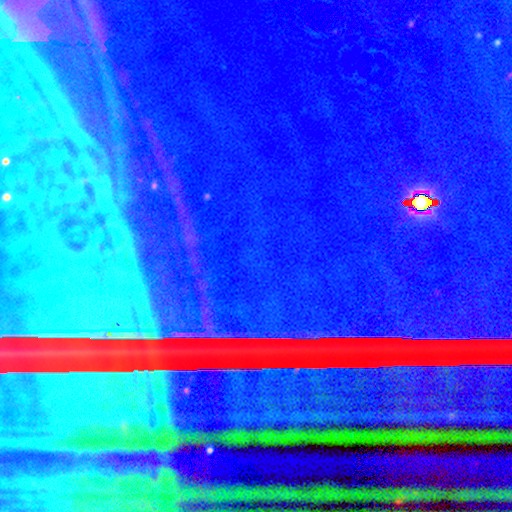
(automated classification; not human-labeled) This is clearly a star or artifact rather than a galaxy (87%).